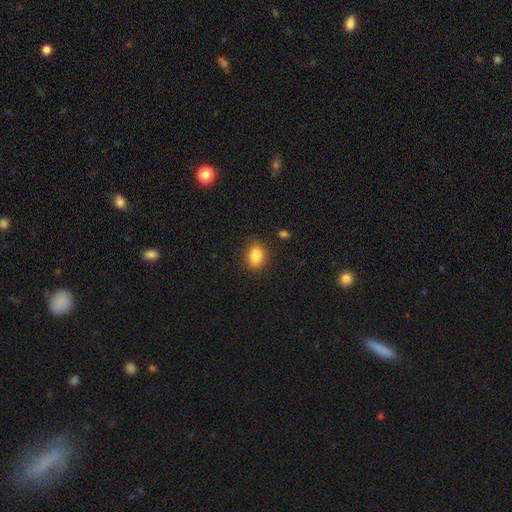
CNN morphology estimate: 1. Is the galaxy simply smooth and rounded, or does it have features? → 86% smooth, 9% star or artifact, 5% featured or disk.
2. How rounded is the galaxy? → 71% in between, 28% round, 1% cigar-shaped.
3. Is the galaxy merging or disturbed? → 87% none, 9% minor disturbance, 3% major disturbance, 1% merger.